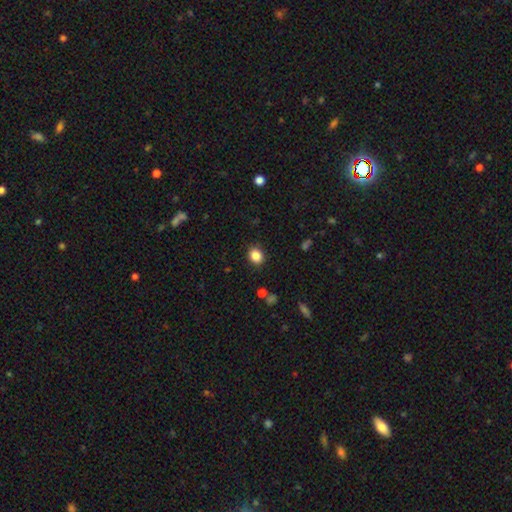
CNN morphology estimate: This is clearly a smooth galaxy (86%). How rounded: possibly round (53%). Merging: clearly none (87%).